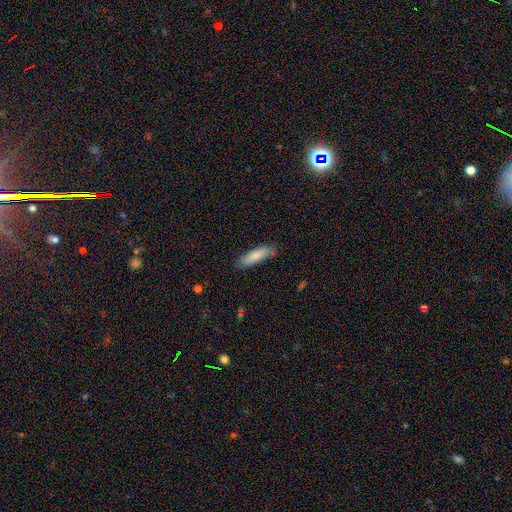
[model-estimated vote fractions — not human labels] Smooth or featured? smooth (83%)
How rounded? cigar-shaped (65%)
Merging? none (81%)